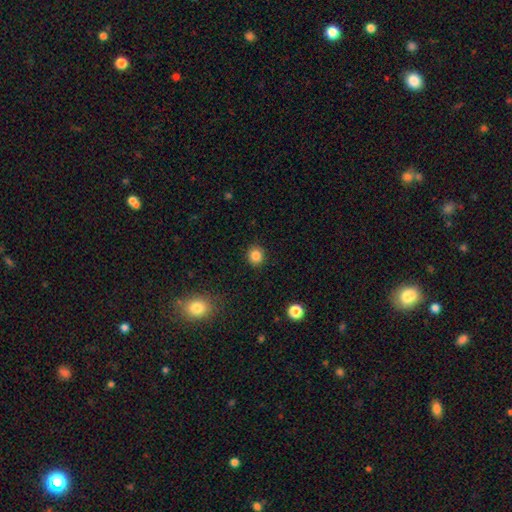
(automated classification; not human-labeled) smooth-or-featured: smooth: 85% | star or artifact: 11% | featured or disk: 4%
  how-rounded: round: 88% | in between: 11% | cigar-shaped: 1%
  merging: none: 91% | minor disturbance: 6% | major disturbance: 2% | merger: 1%